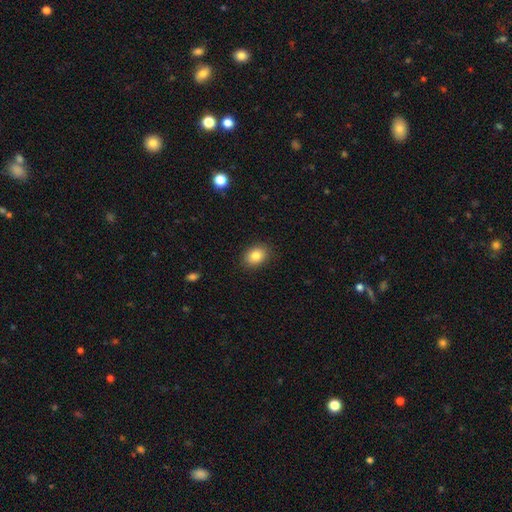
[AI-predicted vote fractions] The model was most divided on "how rounded": in between: 66%, round: 33%, cigar-shaped: 1%. More confident: merging — none (88%); smooth or featured — smooth (84%).